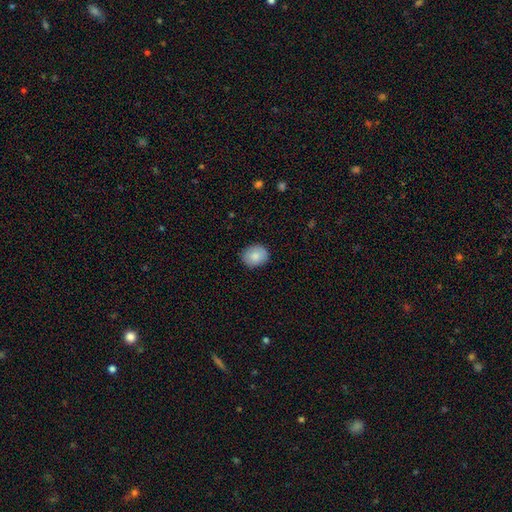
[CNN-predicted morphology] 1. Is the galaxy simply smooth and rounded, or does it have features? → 84% smooth, 9% featured or disk, 7% star or artifact.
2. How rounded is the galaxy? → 57% round, 42% in between, 1% cigar-shaped.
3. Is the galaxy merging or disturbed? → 88% none, 10% minor disturbance, 2% major disturbance, 1% merger.